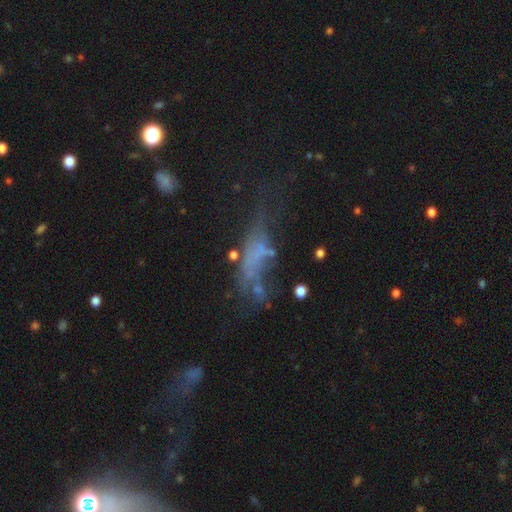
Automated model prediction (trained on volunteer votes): The model was most divided on "merging": major disturbance: 38%, none: 31%, minor disturbance: 19%, merger: 13%. Remaining: smooth or featured — featured or disk (43%).